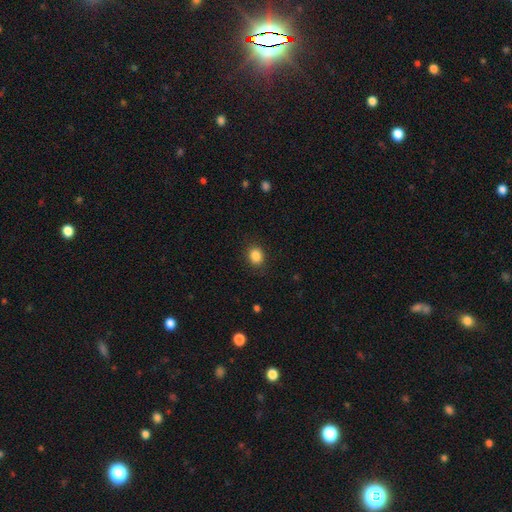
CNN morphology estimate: This appears to be a smooth galaxy with no disk features (86%) that is round (63%). Merging: none (87%).